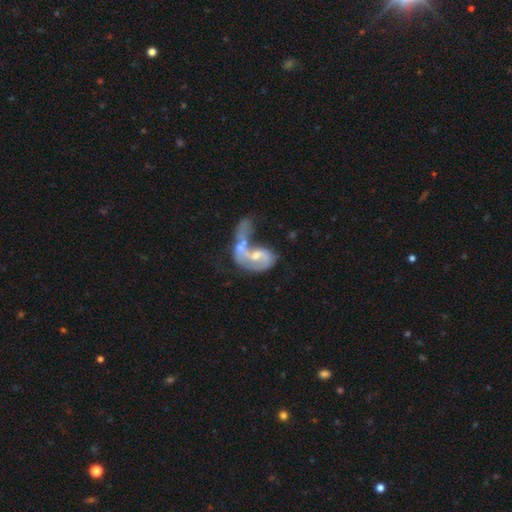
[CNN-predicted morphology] smooth_or_featured: featured or disk (p=0.74) [alt: smooth p=0.20]
disk_edge_on: no (p=0.97) [alt: yes p=0.03]
bar: no (p=0.55) [alt: weak p=0.35]
has_spiral_arms: yes (p=0.72) [alt: no p=0.28]
spiral_winding: loose (p=0.55) [alt: medium p=0.31]
spiral_arm_count: 2 (p=0.44) [alt: 1 p=0.39]
bulge_size: moderate (p=0.49) [alt: small p=0.37]
merging: merger (p=0.62) [alt: major disturbance p=0.21]